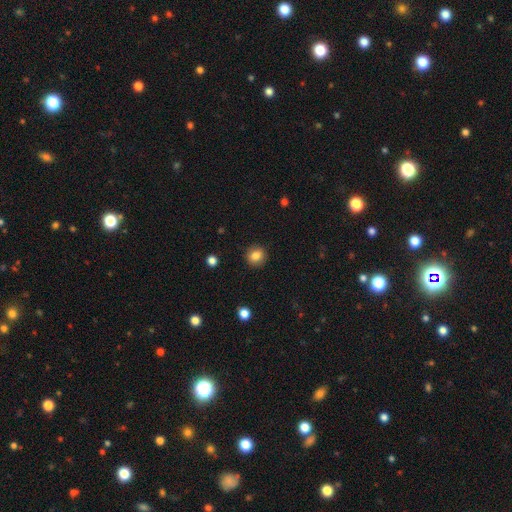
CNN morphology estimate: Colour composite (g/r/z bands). It shows a smooth galaxy with no disk features (84%) that is round (84%). Merging: none (90%).